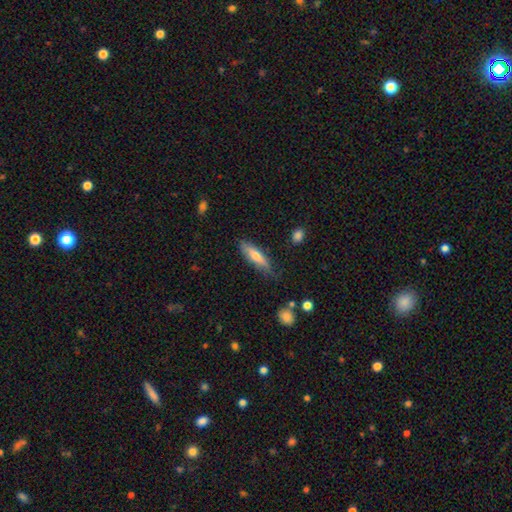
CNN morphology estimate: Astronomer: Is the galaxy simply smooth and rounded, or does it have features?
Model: smooth — 61%.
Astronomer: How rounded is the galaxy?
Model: cigar-shaped — 68%.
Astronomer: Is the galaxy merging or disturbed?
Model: none — 77%.